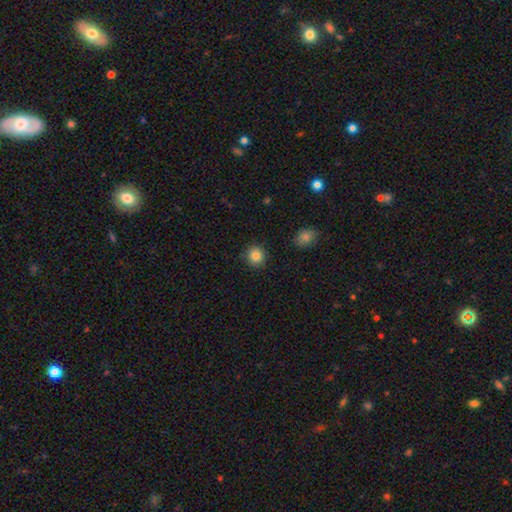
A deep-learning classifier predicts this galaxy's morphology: type=smooth (85%); roundness=round (90%); merging=none (90%).